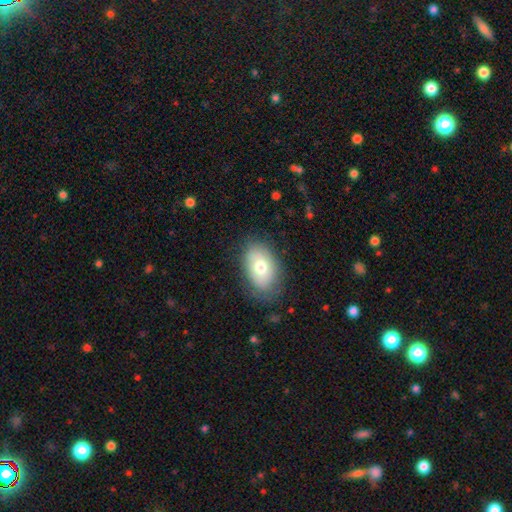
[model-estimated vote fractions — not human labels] Smooth or featured?
  - smooth: 70% *
  - featured or disk: 22%
  - star or artifact: 8%
How rounded?
  - in between: 89% *
  - round: 10%
  - cigar-shaped: 1%
Merging?
  - none: 78% *
  - minor disturbance: 16%
  - major disturbance: 4%
  - merger: 1%